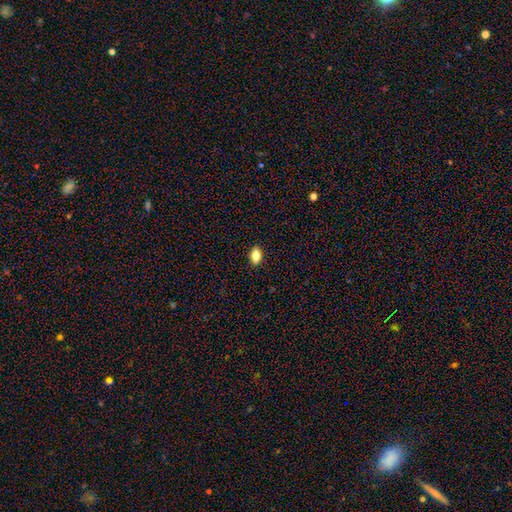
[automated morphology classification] The model was most divided on "smooth or featured": smooth: 80%, featured or disk: 11%, star or artifact: 9%. More confident: merging — none (89%); how rounded — in between (88%).